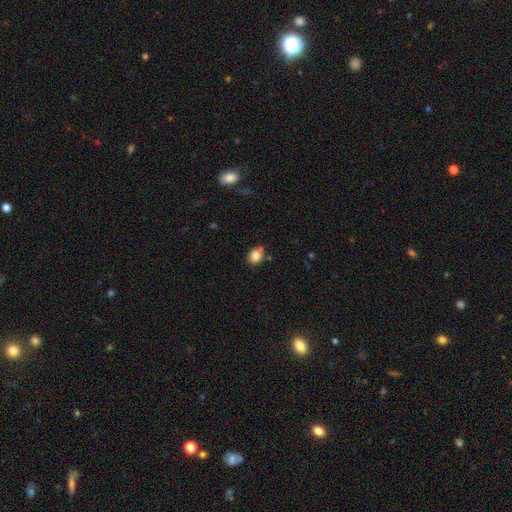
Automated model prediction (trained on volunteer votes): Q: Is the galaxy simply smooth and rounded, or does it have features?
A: smooth — 81%.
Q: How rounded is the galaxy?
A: round — 57%.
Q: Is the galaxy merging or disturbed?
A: none — 72%.